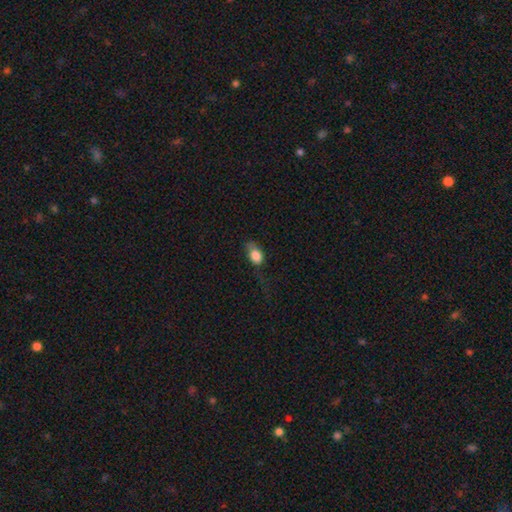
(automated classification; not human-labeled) This appears to be a smooth galaxy with no disk features (82%) that is in between round and cigar-shaped (78%). Merging: none (38%).